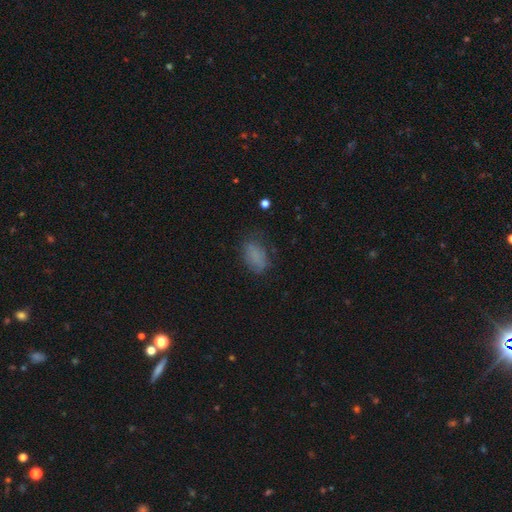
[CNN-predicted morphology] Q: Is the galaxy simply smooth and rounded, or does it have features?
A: smooth — 76%.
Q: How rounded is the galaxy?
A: in between — 87%.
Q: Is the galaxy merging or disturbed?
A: none — 63%.